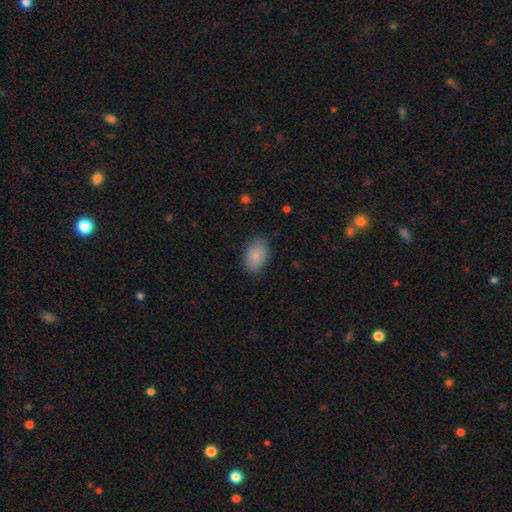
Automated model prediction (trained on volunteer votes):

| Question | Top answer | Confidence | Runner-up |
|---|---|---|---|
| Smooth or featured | smooth | 87% | star or artifact (7%) |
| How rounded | in between | 91% | round (8%) |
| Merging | none | 84% | minor disturbance (12%) |